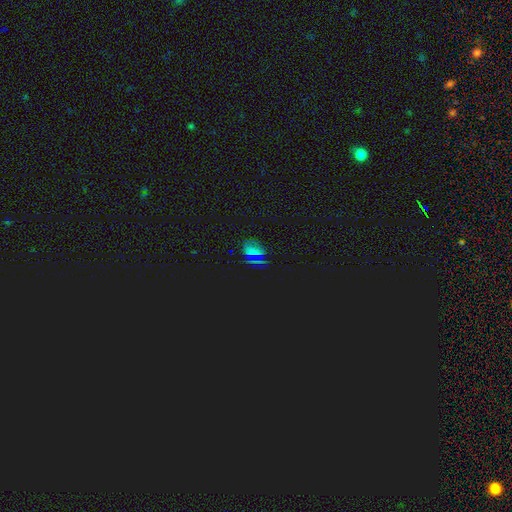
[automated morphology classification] This is likely a star or artifact rather than a galaxy (61%).